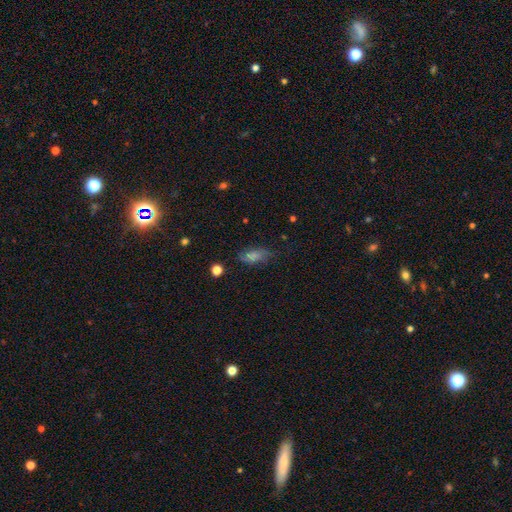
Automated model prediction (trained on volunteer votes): Smooth or featured?
  - smooth: 53% *
  - star or artifact: 23%
  - featured or disk: 23%
How rounded?
  - in between: 73% *
  - cigar-shaped: 19%
  - round: 7%
Merging?
  - none: 70% *
  - minor disturbance: 21%
  - major disturbance: 8%
  - merger: 2%